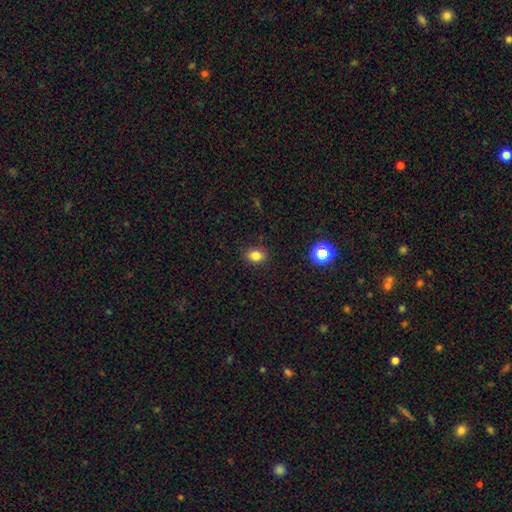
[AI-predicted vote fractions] The model was most divided on "how rounded": in between: 55%, round: 44%, cigar-shaped: 1%. More confident: merging — none (87%); smooth or featured — smooth (81%).